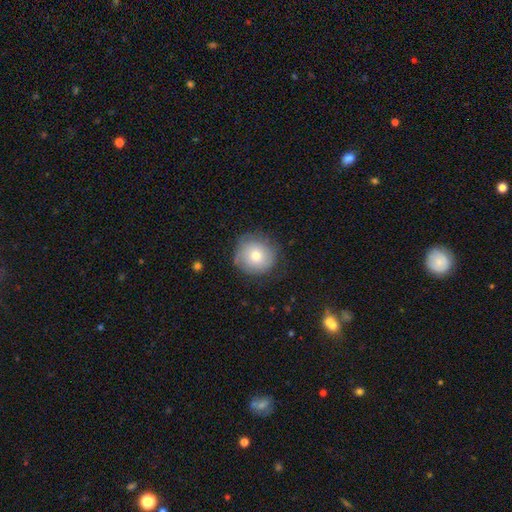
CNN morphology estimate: smooth 73%, featured or disk 18%, star or artifact 8%. Down the decision tree: how rounded — round (92%); merging — none (78%).